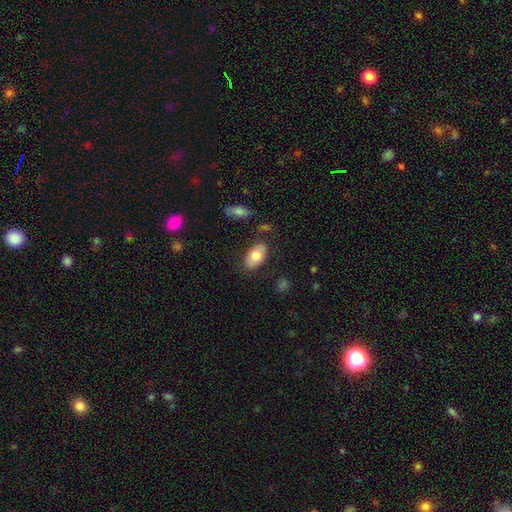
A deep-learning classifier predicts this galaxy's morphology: Smooth or featured?
  - smooth: 75% *
  - featured or disk: 19%
  - star or artifact: 6%
How rounded?
  - in between: 94% *
  - round: 5%
  - cigar-shaped: 2%
Merging?
  - none: 80% *
  - minor disturbance: 14%
  - major disturbance: 4%
  - merger: 3%